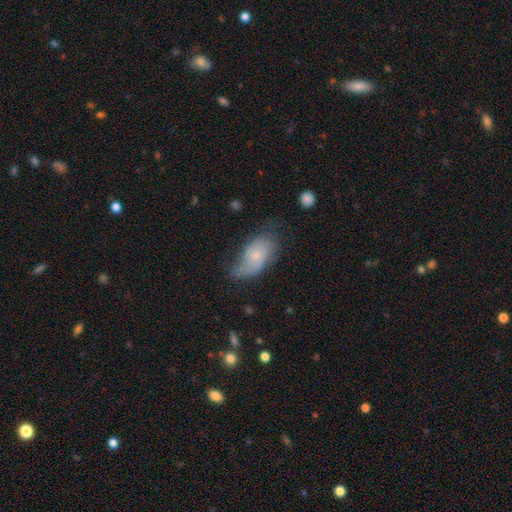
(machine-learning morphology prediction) The model was most divided on "merging": none: 38%, minor disturbance: 36%, major disturbance: 24%, merger: 3%. More confident: how rounded — in between (92%); smooth or featured — smooth (57%).